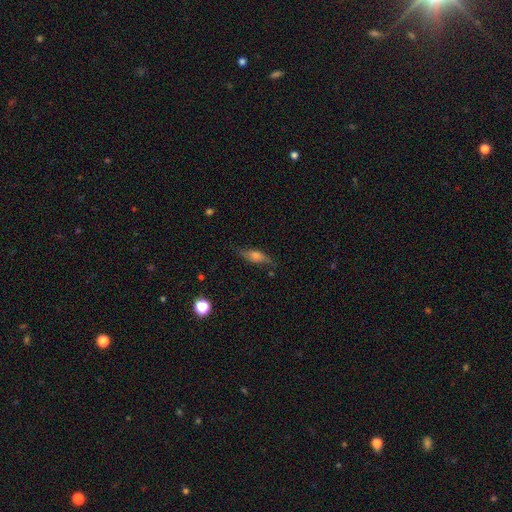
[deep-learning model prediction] smooth_or_featured: featured or disk (p=0.54) [alt: smooth p=0.36]
disk_edge_on: yes (p=0.80) [alt: no p=0.20]
merging: none (p=0.76) [alt: minor disturbance p=0.18]